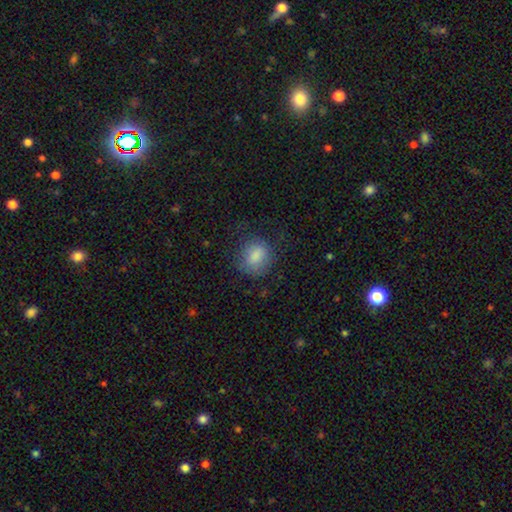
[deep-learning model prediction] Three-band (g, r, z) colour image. It shows a smooth galaxy with no disk features (82%) that is round (62%). Merging: none (64%).